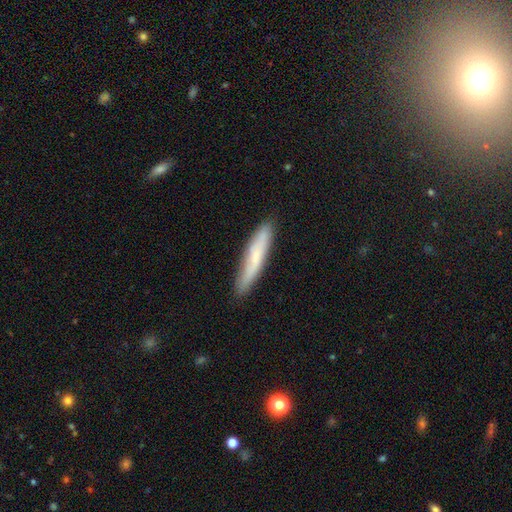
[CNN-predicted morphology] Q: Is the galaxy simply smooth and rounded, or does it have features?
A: smooth — 63%.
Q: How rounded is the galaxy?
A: cigar-shaped — 89%.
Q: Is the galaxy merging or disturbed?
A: none — 86%.